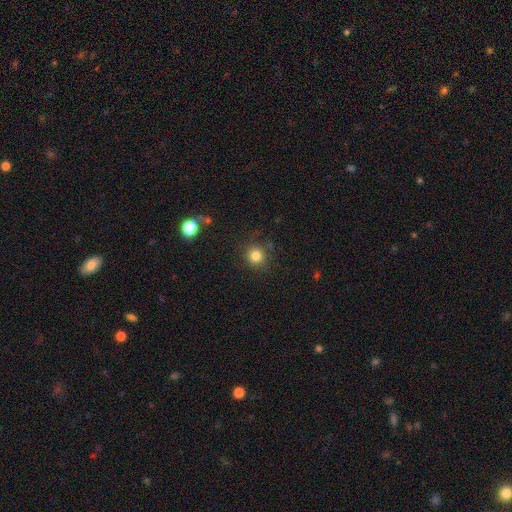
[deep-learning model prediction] Smooth or featured: smooth — 82% (star or artifact — 13%)
How rounded: round — 92% (in between — 7%)
Merging: none — 86% (minor disturbance — 9%)